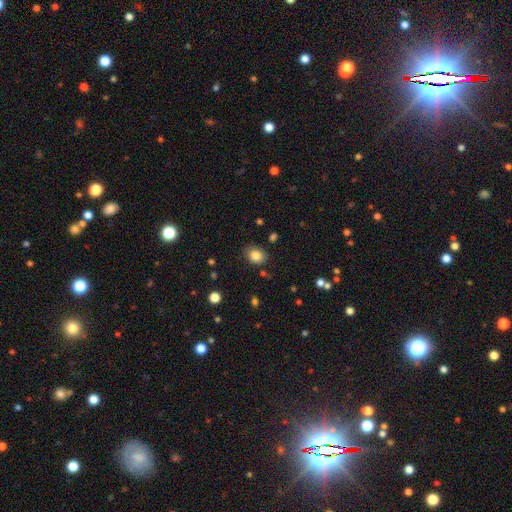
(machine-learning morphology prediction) Smooth or featured: smooth — 83% (star or artifact — 10%)
How rounded: round — 55% (in between — 44%)
Merging: none — 84% (minor disturbance — 11%)